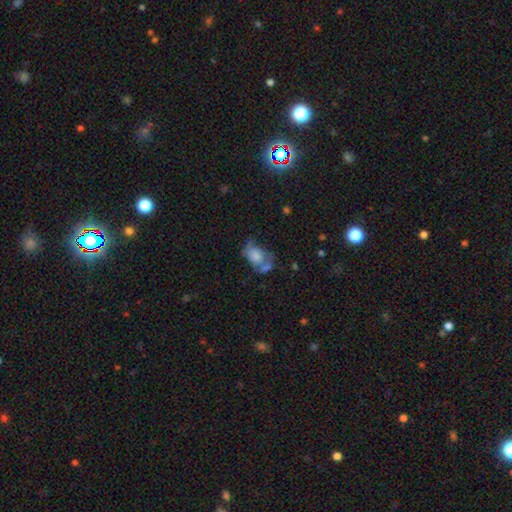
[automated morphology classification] Overall: smooth (61%; featured or disk 30%). How rounded: in between (75%). Merging: merger (29%; none 27%).